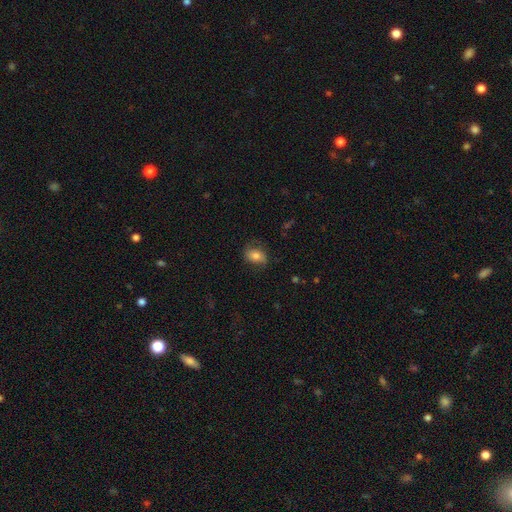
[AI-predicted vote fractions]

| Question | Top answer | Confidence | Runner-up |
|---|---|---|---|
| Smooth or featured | smooth | 72% | featured or disk (19%) |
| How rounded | in between | 76% | round (22%) |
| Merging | none | 68% | minor disturbance (22%) |